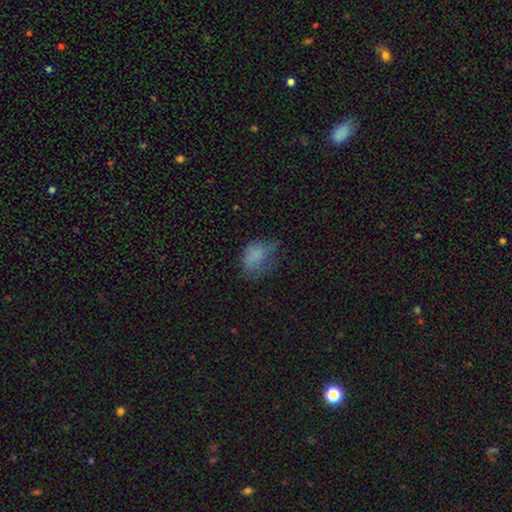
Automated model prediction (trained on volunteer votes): A smooth galaxy with no disk features (69%) that is in between round and cigar-shaped (69%).

Vote fractions:
- Smooth or featured? smooth: 69% / featured or disk: 18% / star or artifact: 13%
- How rounded? in between: 69% / round: 29% / cigar-shaped: 1%
- Merging? major disturbance: 37% / minor disturbance: 32% / none: 29% / merger: 3%